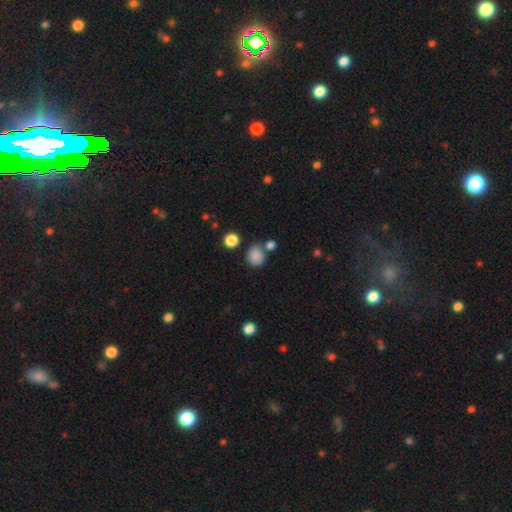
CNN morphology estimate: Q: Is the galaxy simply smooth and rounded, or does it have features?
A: smooth — 84%.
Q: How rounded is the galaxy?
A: round — 77%.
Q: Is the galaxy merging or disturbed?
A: none — 67%.